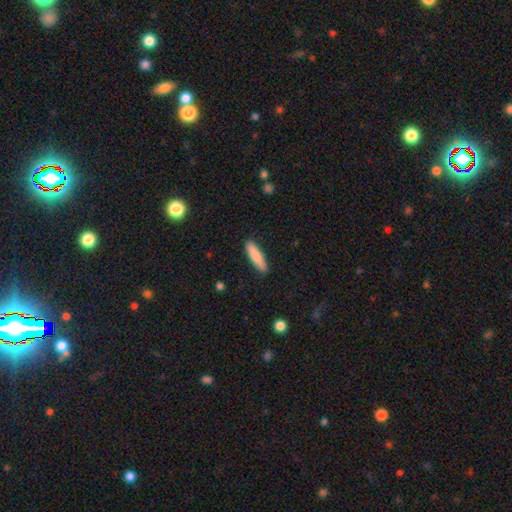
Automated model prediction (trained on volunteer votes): A smooth galaxy with no disk features (82%) that is cigar-shaped (80%).

Vote fractions:
- Smooth or featured? smooth: 82% / featured or disk: 13% / star or artifact: 6%
- How rounded? cigar-shaped: 80% / in between: 18% / round: 1%
- Merging? none: 89% / minor disturbance: 8% / major disturbance: 2% / merger: 1%